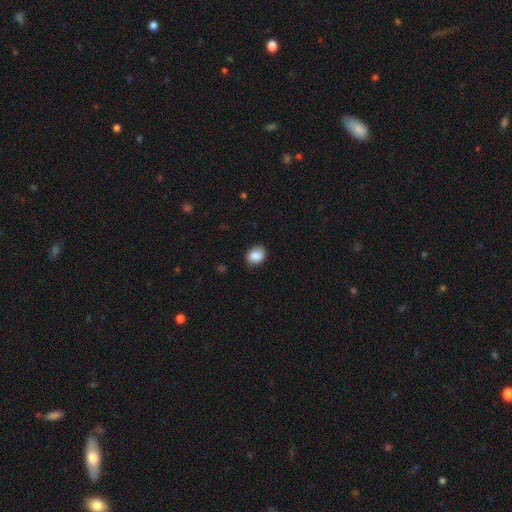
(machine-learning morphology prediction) Smooth or featured: smooth — 87% (star or artifact — 8%)
How rounded: in between — 51% (round — 48%)
Merging: none — 78% (minor disturbance — 18%)